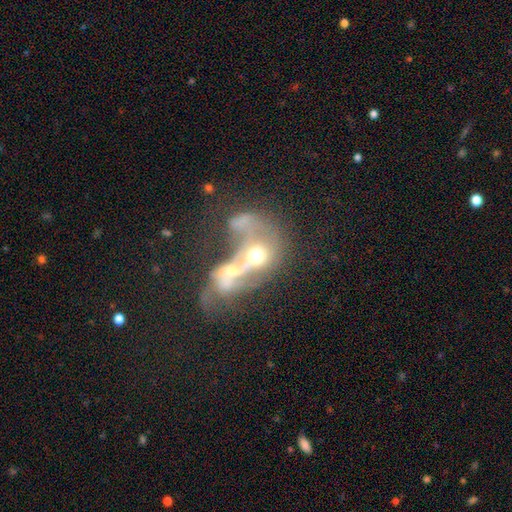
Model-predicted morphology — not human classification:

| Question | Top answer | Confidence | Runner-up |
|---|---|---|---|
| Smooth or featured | featured or disk | 58% | smooth (28%) |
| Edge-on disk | no | 96% | yes (4%) |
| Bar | no | 76% | weak (17%) |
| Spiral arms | no | 62% | yes (38%) |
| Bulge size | moderate | 57% | small (17%) |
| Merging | merger | 65% | major disturbance (22%) |